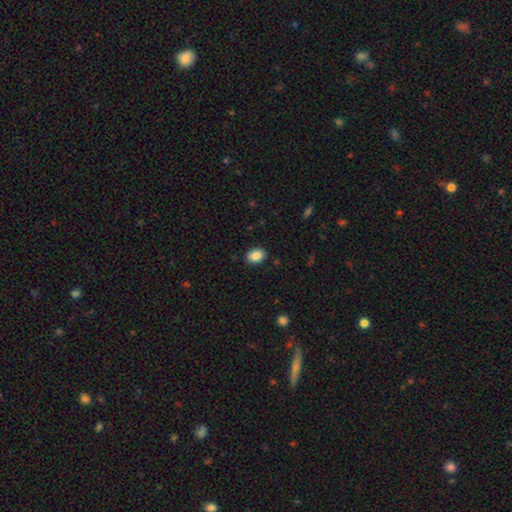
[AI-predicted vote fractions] This is clearly a smooth galaxy (88%). How rounded: likely in between (73%). Merging: clearly none (89%).